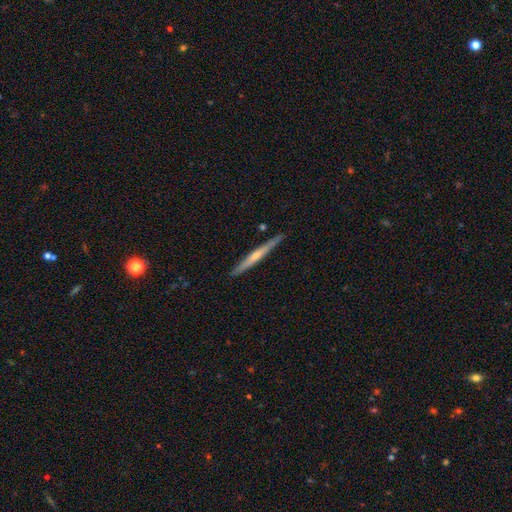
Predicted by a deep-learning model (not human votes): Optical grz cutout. It shows a featured or disk galaxy (64%) viewed edge-on (97%) with a rounded central bulge (63%). Merging: none (89%).